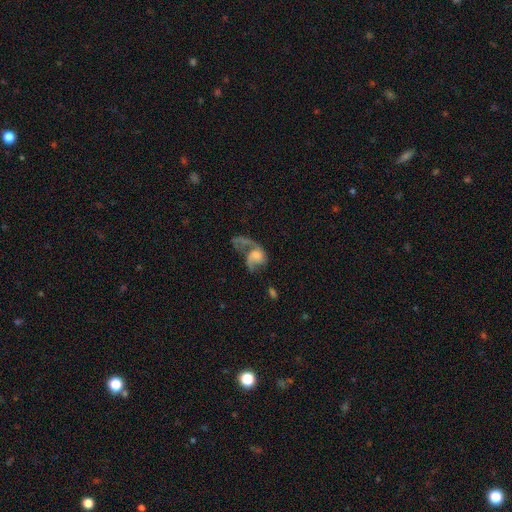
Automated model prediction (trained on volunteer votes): A featured or disk galaxy (68%) with no bar (70%), 2 (50%) loose (63%) spiral arms (81%) and a moderate central bulge (30%). Merging: major disturbance (50%).